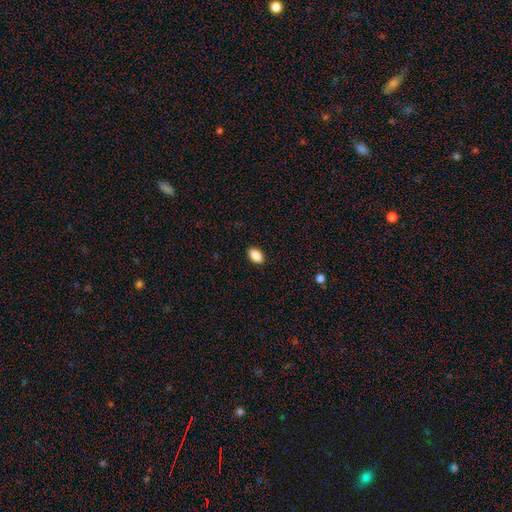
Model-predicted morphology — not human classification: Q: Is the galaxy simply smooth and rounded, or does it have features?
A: smooth — 88%.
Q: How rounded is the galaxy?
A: in between — 91%.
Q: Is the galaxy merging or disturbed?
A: none — 89%.